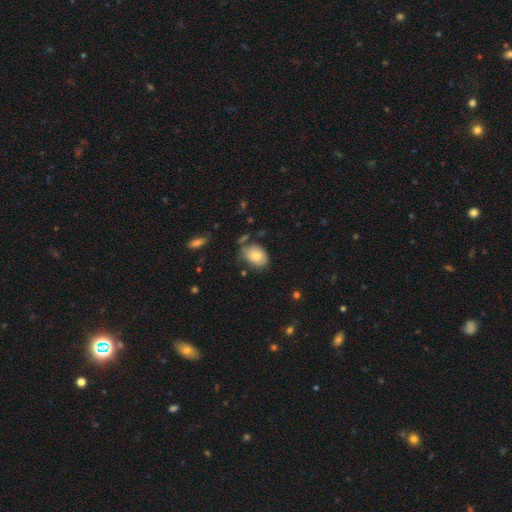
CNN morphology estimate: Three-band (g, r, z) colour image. It shows a smooth galaxy with no disk features (79%) that is in between round and cigar-shaped (83%). Merging: none (62%).